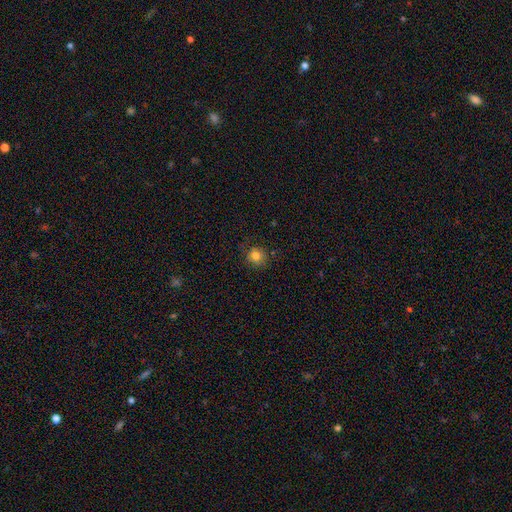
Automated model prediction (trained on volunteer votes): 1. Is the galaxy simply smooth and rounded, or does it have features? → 80% smooth, 13% star or artifact, 7% featured or disk.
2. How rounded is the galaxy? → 89% round, 10% in between, 1% cigar-shaped.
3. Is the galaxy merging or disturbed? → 84% none, 12% minor disturbance, 3% major disturbance, 1% merger.